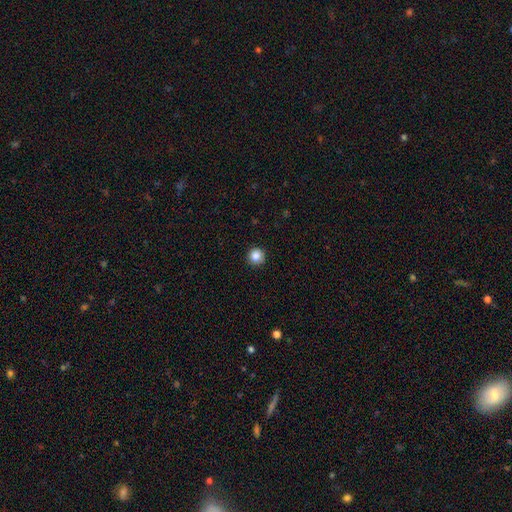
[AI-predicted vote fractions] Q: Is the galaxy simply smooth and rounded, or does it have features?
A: smooth — 85%.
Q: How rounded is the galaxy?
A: round — 94%.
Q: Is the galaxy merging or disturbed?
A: none — 91%.